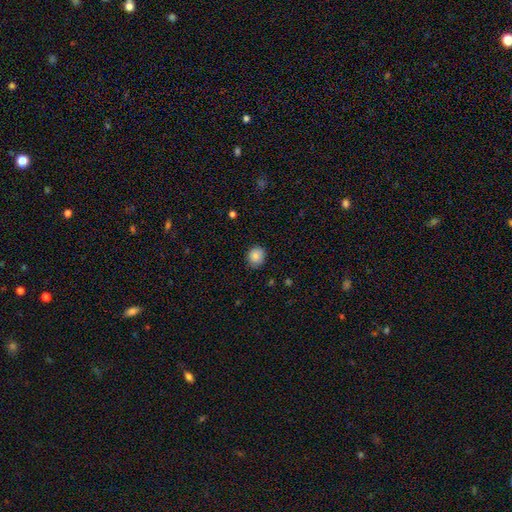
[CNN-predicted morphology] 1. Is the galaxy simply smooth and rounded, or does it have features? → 86% smooth, 9% star or artifact, 6% featured or disk.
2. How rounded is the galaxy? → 80% round, 19% in between, 1% cigar-shaped.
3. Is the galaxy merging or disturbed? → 85% none, 11% minor disturbance, 2% major disturbance, 1% merger.